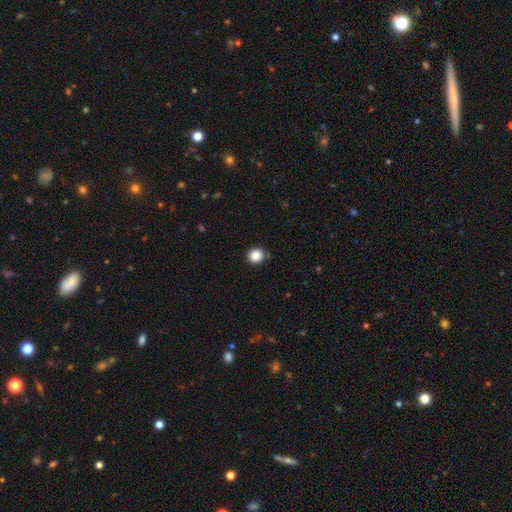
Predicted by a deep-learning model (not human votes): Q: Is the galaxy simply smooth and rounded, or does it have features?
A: smooth — 86%.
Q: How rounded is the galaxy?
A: round — 89%.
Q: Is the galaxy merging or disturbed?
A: none — 83%.